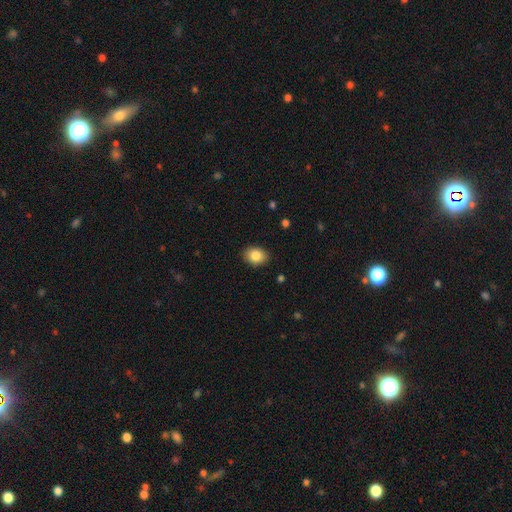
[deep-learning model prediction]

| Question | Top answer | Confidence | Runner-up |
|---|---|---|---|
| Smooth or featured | smooth | 86% | star or artifact (8%) |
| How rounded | in between | 67% | round (32%) |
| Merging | none | 88% | minor disturbance (9%) |